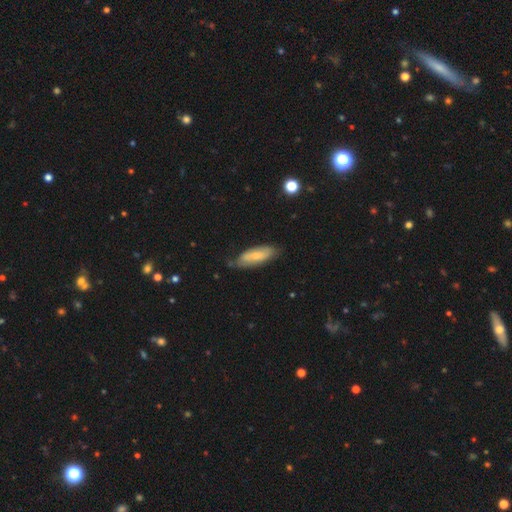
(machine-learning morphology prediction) type=smooth (62%); roundness=in between (65%); merging=none (65%).